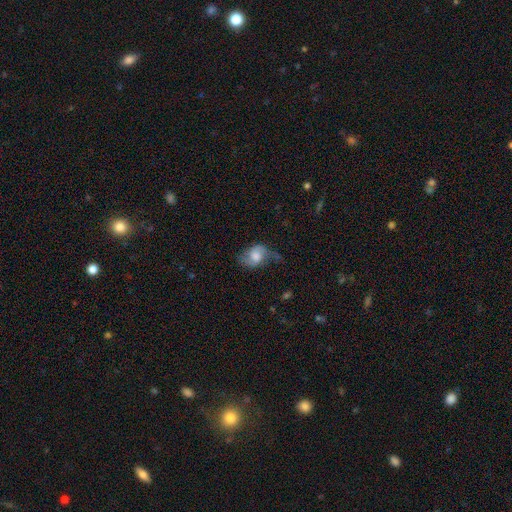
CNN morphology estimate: smooth-or-featured: featured or disk: 54% | smooth: 37% | star or artifact: 9%
  disk-edge-on: no: 96% | yes: 4%
    bar: no: 57% | weak: 36% | strong: 7%
    has-spiral-arms: yes: 86% | no: 14%
    bulge-size: moderate: 39% | large: 31% | small: 15% | none: 10% | dominant: 4%
  merging: none: 49% | minor disturbance: 30% | major disturbance: 19% | merger: 3%